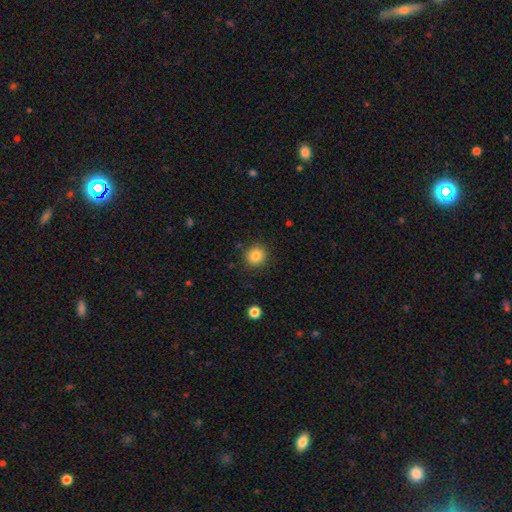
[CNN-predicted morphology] A smooth galaxy with no disk features (83%) that is round (93%). Merging: none (88%).